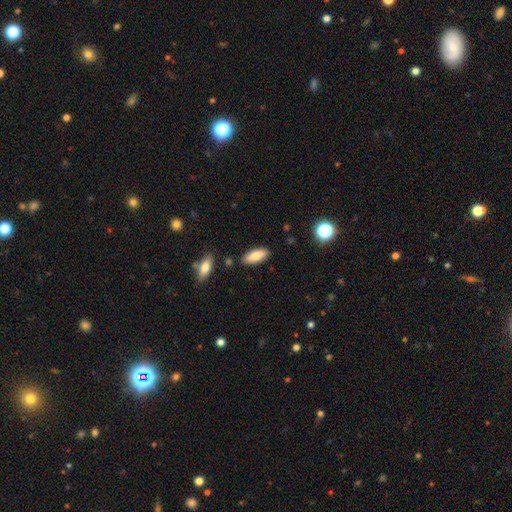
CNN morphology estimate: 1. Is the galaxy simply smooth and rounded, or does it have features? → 82% smooth, 11% featured or disk, 7% star or artifact.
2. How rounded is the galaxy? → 80% in between, 18% cigar-shaped, 2% round.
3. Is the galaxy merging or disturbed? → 86% none, 9% minor disturbance, 3% merger, 2% major disturbance.